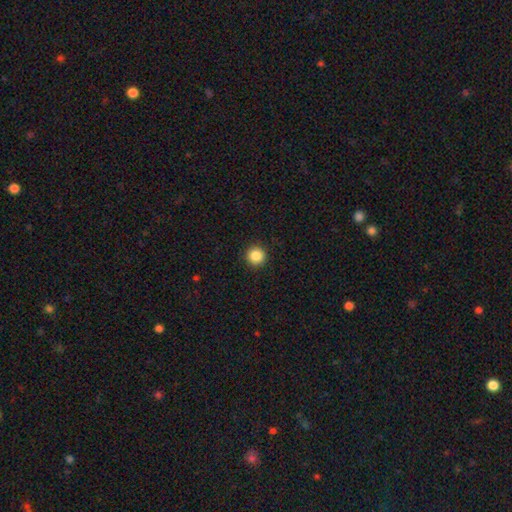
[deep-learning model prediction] Smooth or featured? smooth (87%)
How rounded? round (96%)
Merging? none (93%)